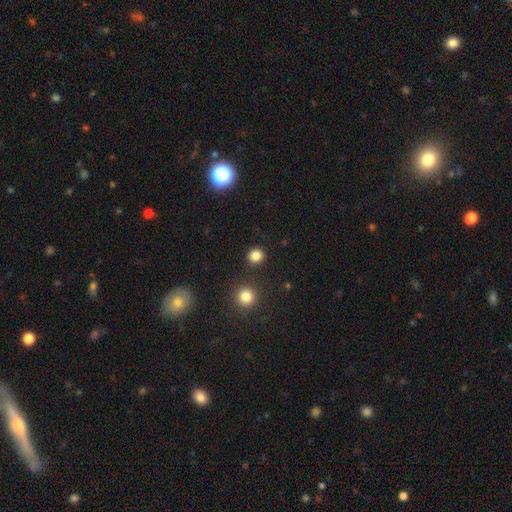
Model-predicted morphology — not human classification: This appears to be a smooth galaxy with no disk features (83%) that is round (88%). Merging: none (90%).